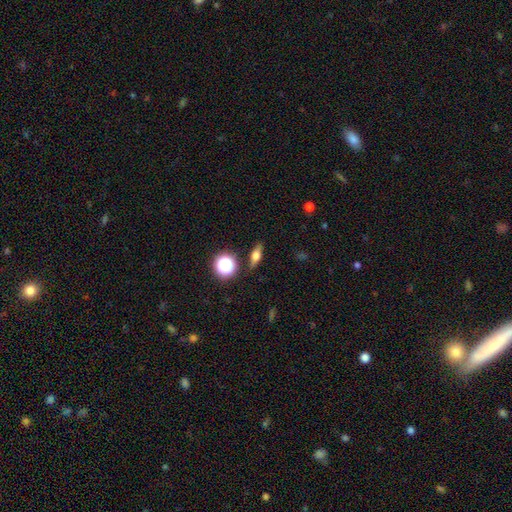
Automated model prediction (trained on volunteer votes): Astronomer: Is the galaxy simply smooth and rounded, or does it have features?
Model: smooth — 47% (runner-up: featured or disk, 40%).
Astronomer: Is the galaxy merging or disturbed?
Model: none — 86%.